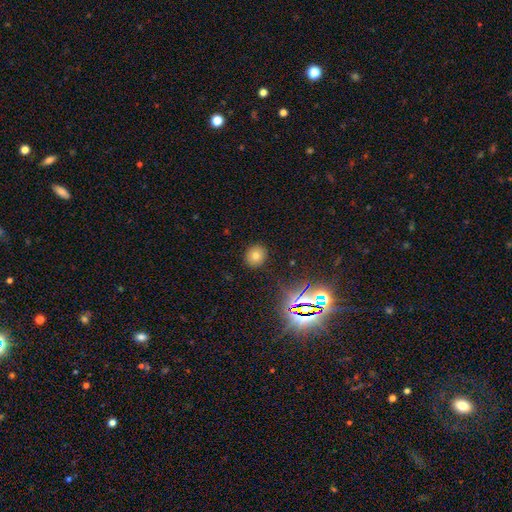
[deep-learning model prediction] A smooth galaxy with no disk features (68%) that is round (81%). Merging: none (89%).